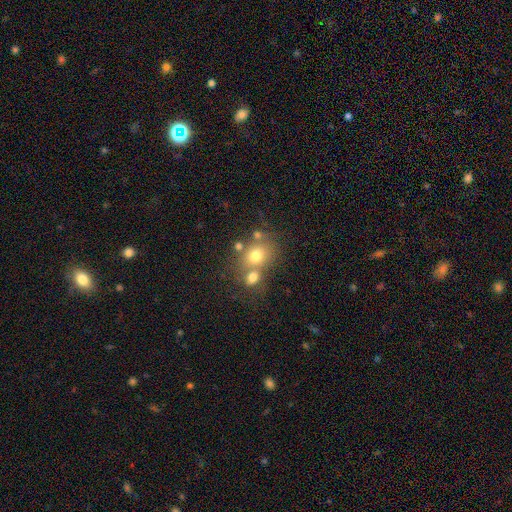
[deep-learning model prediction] This is likely a smooth galaxy (71%). How rounded: likely round (63%). Merging: possibly none (47%).